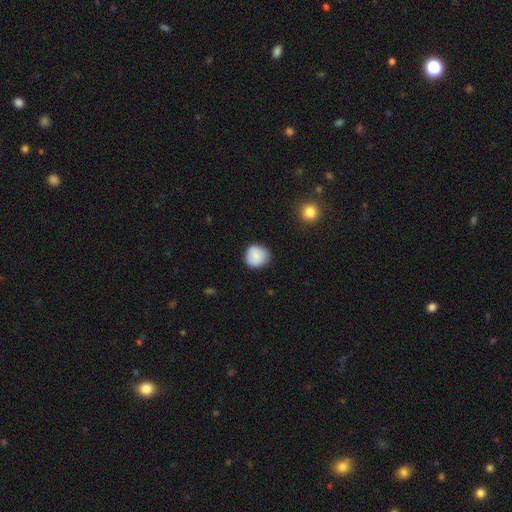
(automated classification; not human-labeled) Smooth or featured?
  - smooth: 87% *
  - star or artifact: 8%
  - featured or disk: 5%
How rounded?
  - round: 88% *
  - in between: 11%
  - cigar-shaped: 1%
Merging?
  - none: 81% *
  - minor disturbance: 15%
  - major disturbance: 3%
  - merger: 1%